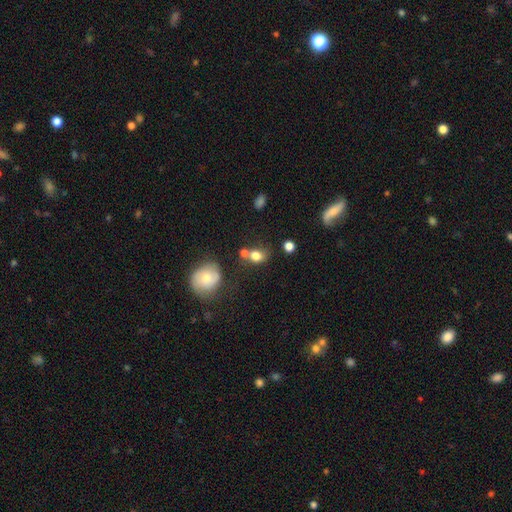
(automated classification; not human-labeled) Smooth or featured? smooth (78%)
How rounded? in between (54%)
Merging? none (45%)